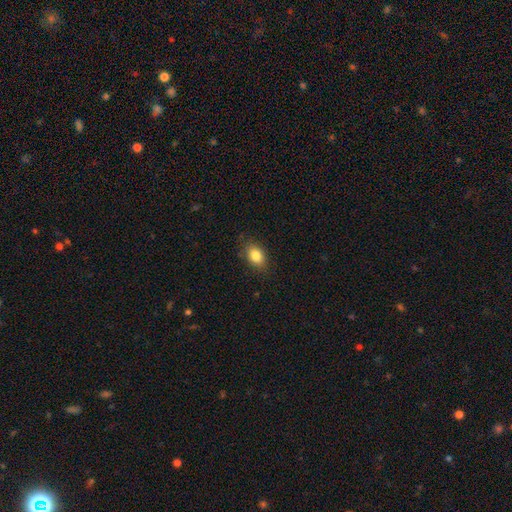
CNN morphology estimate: Smooth or featured? smooth (84%)
How rounded? in between (84%)
Merging? none (83%)